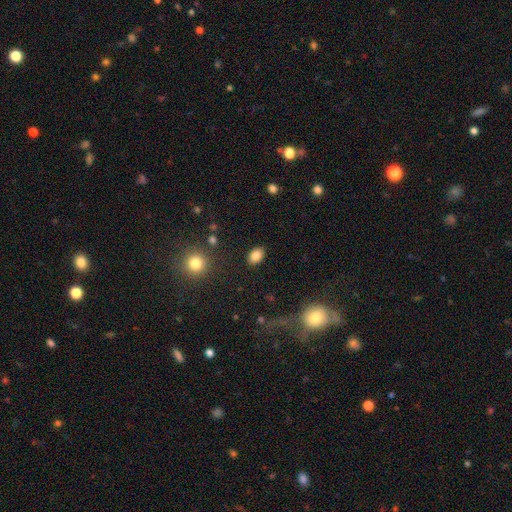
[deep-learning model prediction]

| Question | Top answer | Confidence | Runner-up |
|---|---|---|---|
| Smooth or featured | smooth | 84% | star or artifact (9%) |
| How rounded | in between | 81% | round (17%) |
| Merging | none | 87% | minor disturbance (9%) |